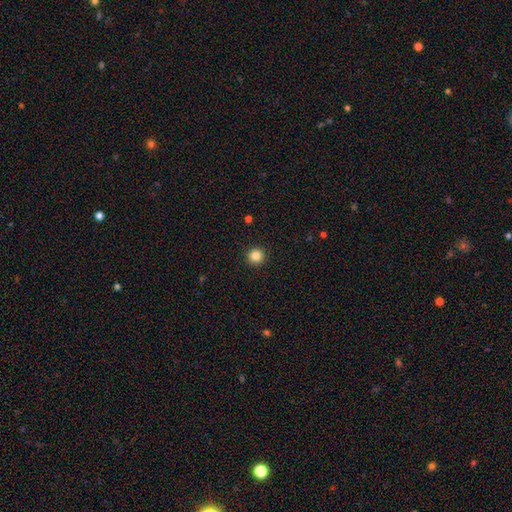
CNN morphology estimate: smooth 85%, star or artifact 11%, featured or disk 4%. Down the decision tree: how rounded — round (96%); merging — none (93%).